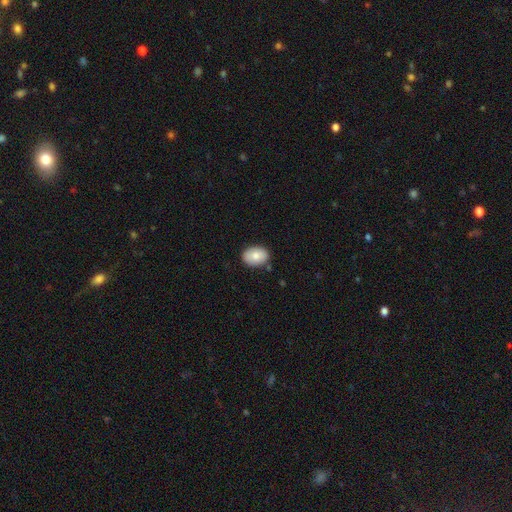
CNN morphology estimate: Smooth or featured?
  - smooth: 80% *
  - featured or disk: 13%
  - star or artifact: 7%
How rounded?
  - in between: 77% *
  - round: 22%
  - cigar-shaped: 1%
Merging?
  - none: 84% *
  - minor disturbance: 11%
  - major disturbance: 2%
  - merger: 2%